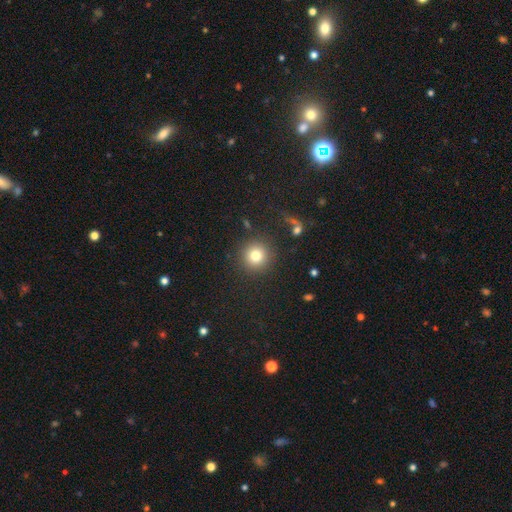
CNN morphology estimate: smooth-or-featured: smooth: 79% | star or artifact: 13% | featured or disk: 8%
  how-rounded: round: 94% | in between: 5% | cigar-shaped: 1%
  merging: none: 88% | minor disturbance: 6% | major disturbance: 3% | merger: 2%